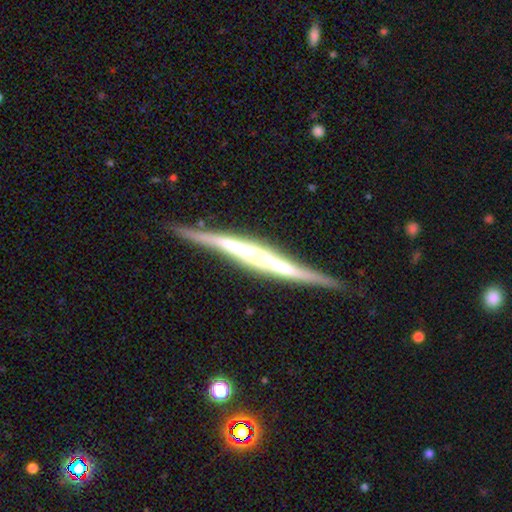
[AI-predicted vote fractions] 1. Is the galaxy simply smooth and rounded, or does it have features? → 76% featured or disk, 18% smooth, 6% star or artifact.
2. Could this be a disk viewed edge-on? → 97% yes, 3% no.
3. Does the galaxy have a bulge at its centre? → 53% none, 25% boxy, 22% rounded.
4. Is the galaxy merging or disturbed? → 84% none, 12% minor disturbance, 2% major disturbance, 2% merger.